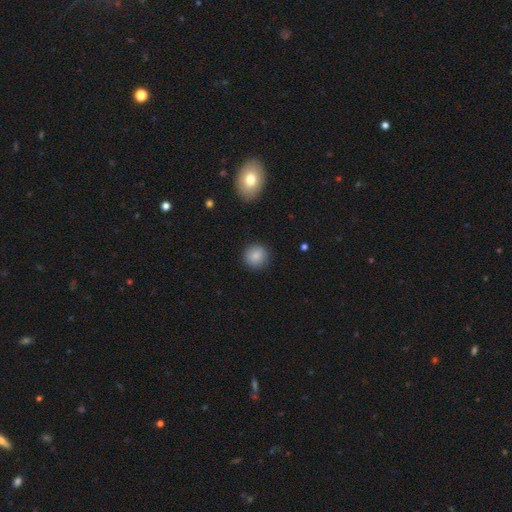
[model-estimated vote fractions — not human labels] Smooth or featured? Predicted: smooth (p=0.86). How rounded? Predicted: round (p=0.94). Merging? Predicted: none (p=0.90).